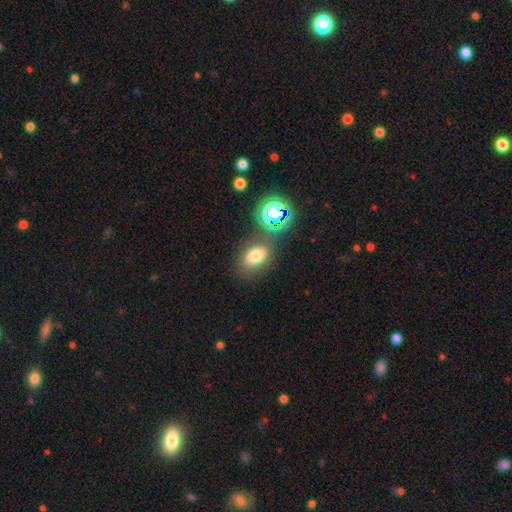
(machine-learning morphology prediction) type=smooth (71%); roundness=in between (77%); merging=none (72%).